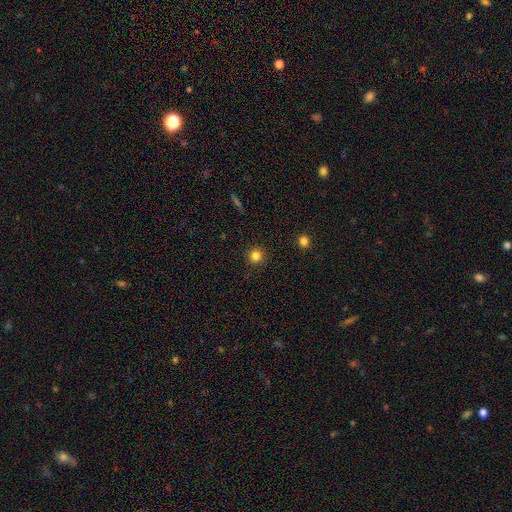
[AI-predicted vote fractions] This is clearly a smooth galaxy (82%). How rounded: clearly round (95%). Merging: clearly none (91%).